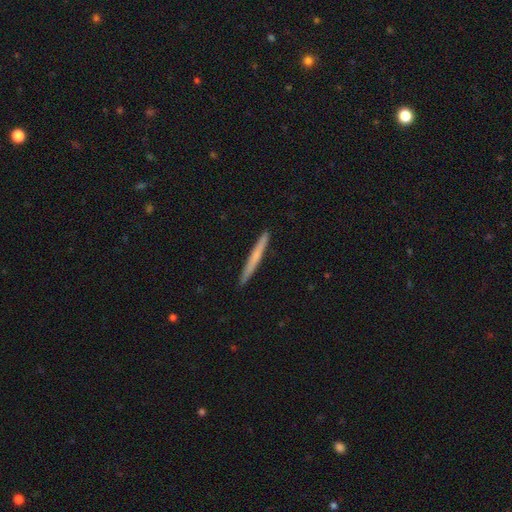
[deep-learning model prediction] Q: Smooth or featured?
A: smooth (59%); runner-up: featured or disk (36%)
Q: How rounded?
A: cigar-shaped (97%); runner-up: in between (2%)
Q: Merging?
A: none (92%); runner-up: minor disturbance (6%)